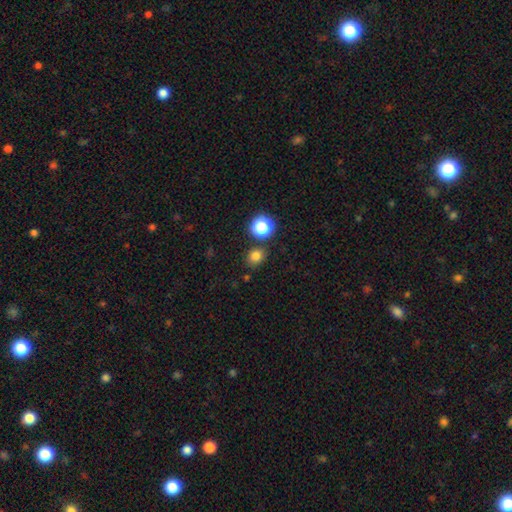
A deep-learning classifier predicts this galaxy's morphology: Smooth or featured? smooth (78%)
How rounded? round (72%)
Merging? none (79%)